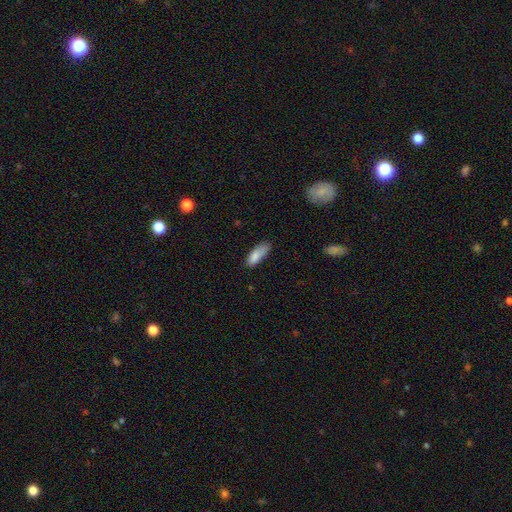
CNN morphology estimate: smooth-or-featured: smooth: 84% | featured or disk: 9% | star or artifact: 8%
  how-rounded: in between: 65% | cigar-shaped: 33% | round: 2%
  merging: none: 57% | minor disturbance: 32% | major disturbance: 8% | merger: 3%